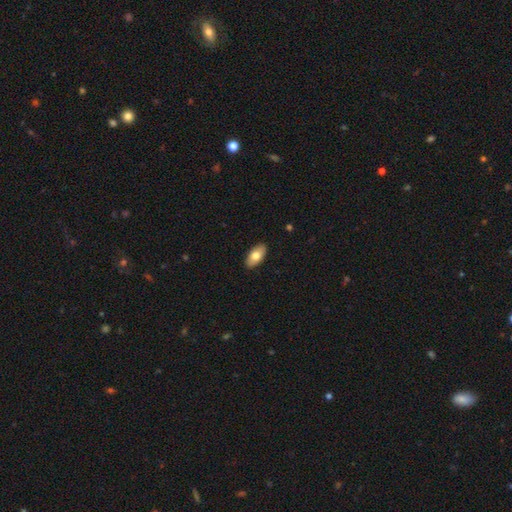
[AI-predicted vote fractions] Q: Smooth or featured?
A: smooth (75%); runner-up: featured or disk (19%)
Q: How rounded?
A: in between (93%); runner-up: cigar-shaped (4%)
Q: Merging?
A: none (90%); runner-up: minor disturbance (7%)